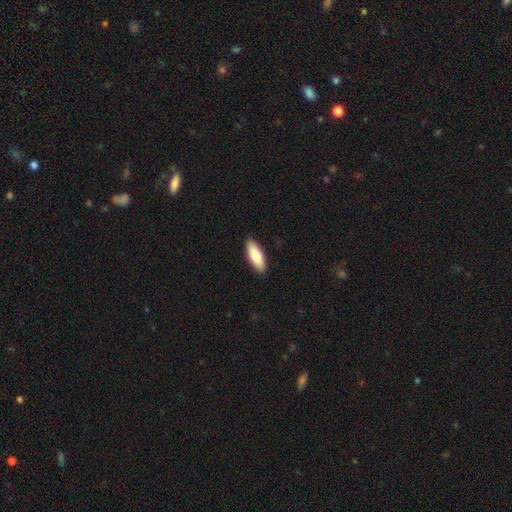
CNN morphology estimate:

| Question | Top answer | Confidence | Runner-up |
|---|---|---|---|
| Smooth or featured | smooth | 81% | featured or disk (14%) |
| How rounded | in between | 66% | cigar-shaped (32%) |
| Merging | none | 91% | minor disturbance (7%) |